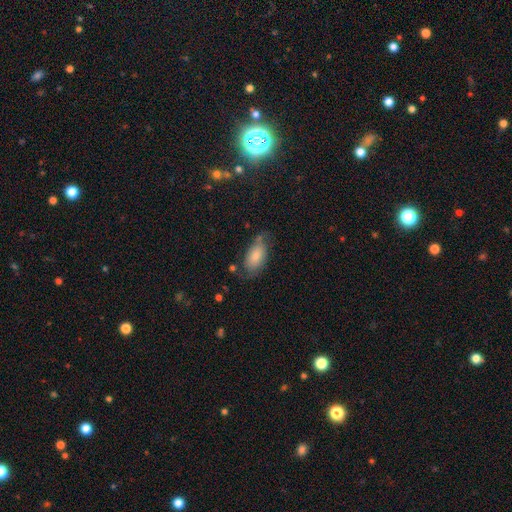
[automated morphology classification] The model was most divided on "merging": none: 53%, minor disturbance: 30%, major disturbance: 12%, merger: 5%. More confident: how rounded — in between (93%); smooth or featured — smooth (72%).